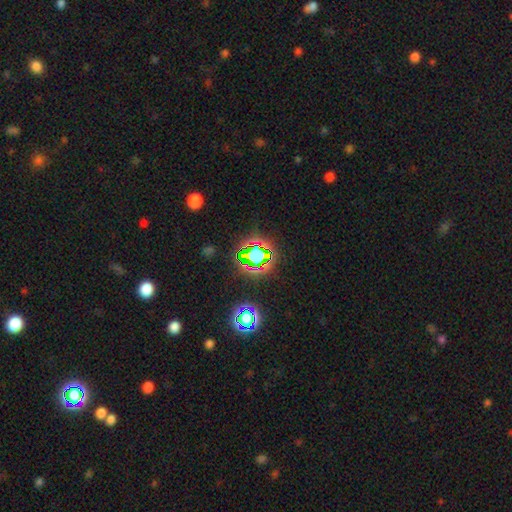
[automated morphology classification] Smooth or featured? star or artifact (62%)